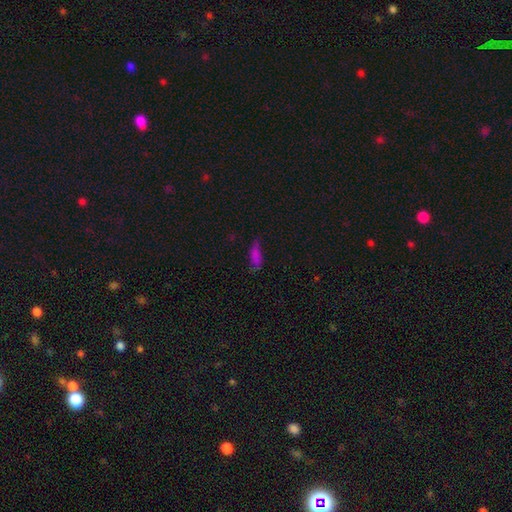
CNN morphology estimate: A smooth galaxy with no disk features (71%) that is in between round and cigar-shaped (64%). Merging: none (49%).